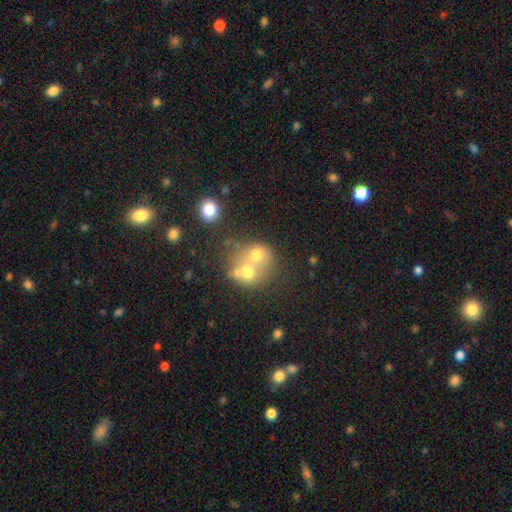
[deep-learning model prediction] This is possibly a smooth galaxy (55%). How rounded: likely round (74%). Merging: likely merger (60%).